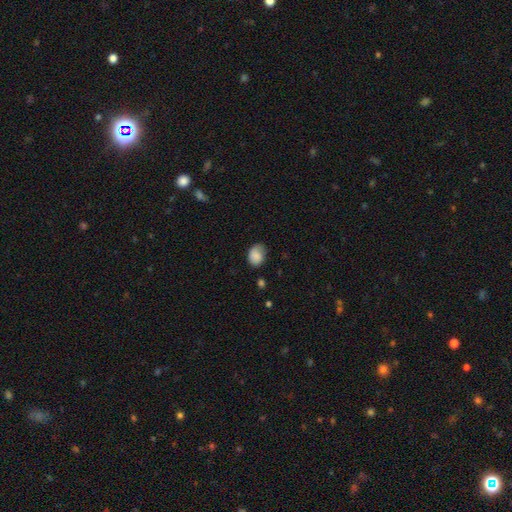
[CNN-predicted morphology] Smooth or featured? smooth (83%)
How rounded? in between (64%)
Merging? none (61%)